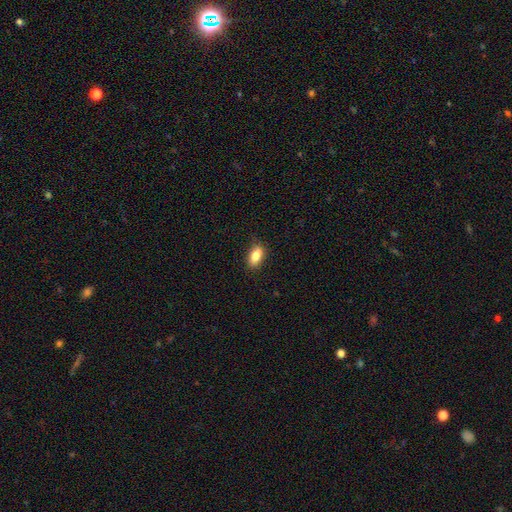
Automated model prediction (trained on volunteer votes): Q: Smooth or featured?
A: smooth (84%); runner-up: featured or disk (8%)
Q: How rounded?
A: in between (88%); runner-up: cigar-shaped (7%)
Q: Merging?
A: none (84%); runner-up: minor disturbance (12%)